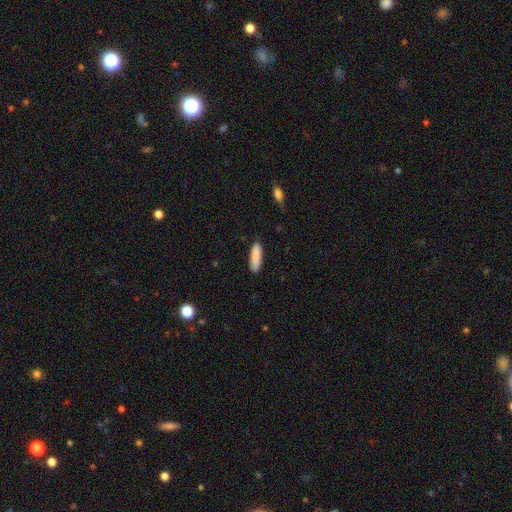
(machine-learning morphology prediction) Smooth or featured?
  - smooth: 88% *
  - star or artifact: 6%
  - featured or disk: 5%
How rounded?
  - cigar-shaped: 61% *
  - in between: 38%
  - round: 1%
Merging?
  - none: 86% *
  - minor disturbance: 11%
  - major disturbance: 2%
  - merger: 1%